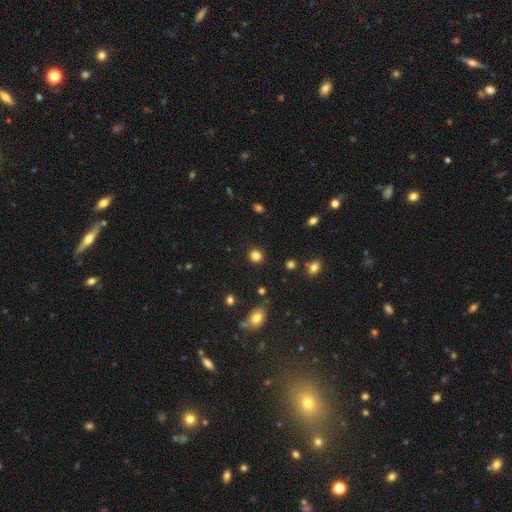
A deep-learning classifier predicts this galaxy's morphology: Overall: smooth (83%). How rounded: round (91%). Merging: none (91%).